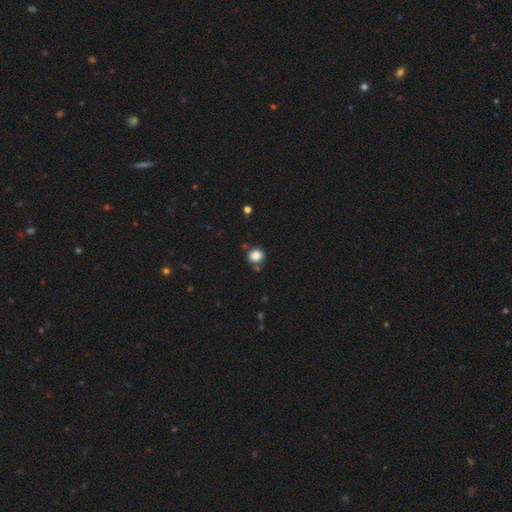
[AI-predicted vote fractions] A smooth galaxy with no disk features (85%) that is round (81%). Merging: none (80%).